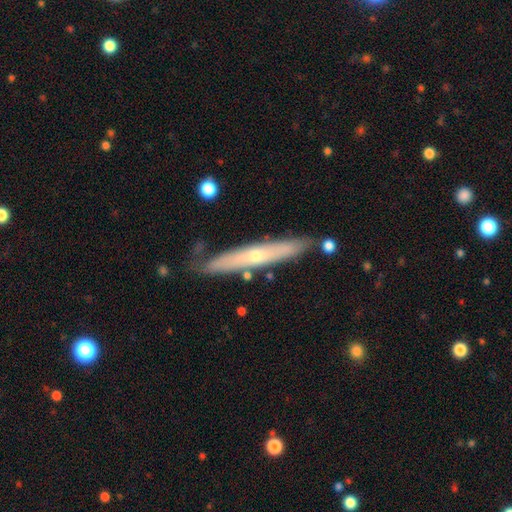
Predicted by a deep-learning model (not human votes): This appears to be a featured or disk galaxy (58%) viewed edge-on (81%). Merging: none (79%).